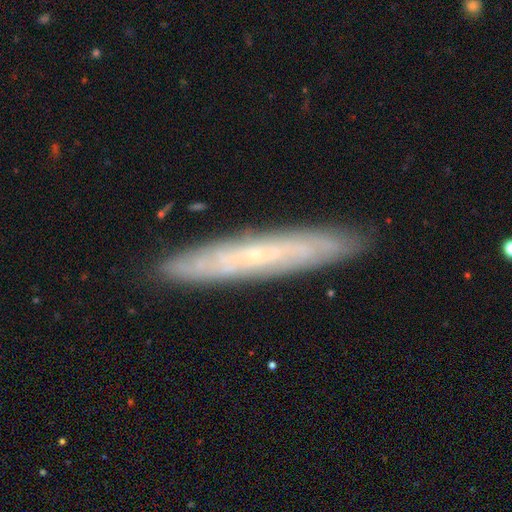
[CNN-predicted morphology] type=featured or disk (67%); edge-on=yes (66%); merging=none (89%).